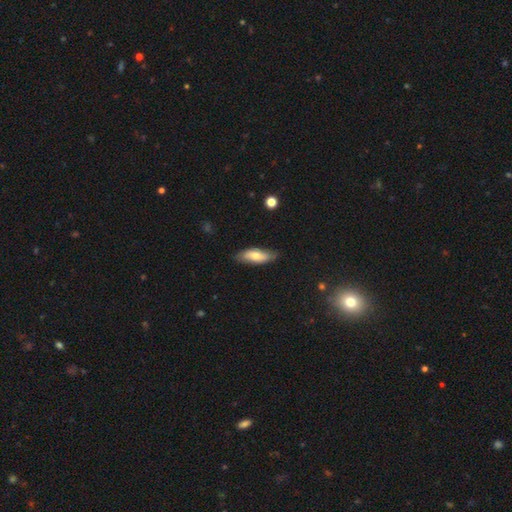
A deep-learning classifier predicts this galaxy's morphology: smooth 66%, featured or disk 28%, star or artifact 6%. Down the decision tree: how rounded — in between (70%); merging — none (78%).